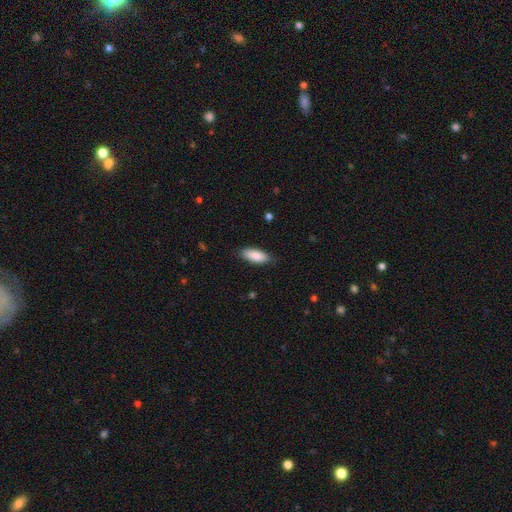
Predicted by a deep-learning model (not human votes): Overall: smooth (87%). How rounded: in between (80%). Merging: none (84%).